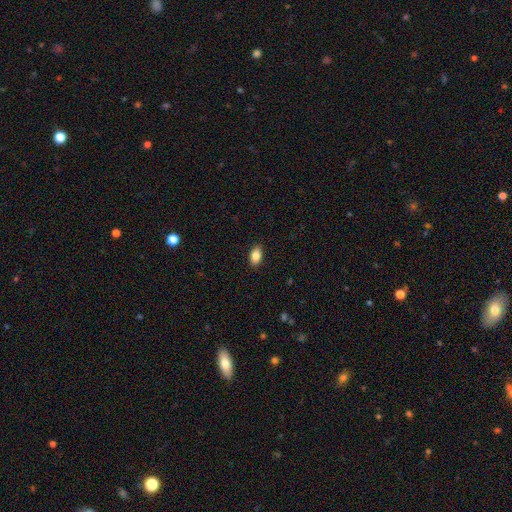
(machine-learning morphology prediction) This is clearly a smooth galaxy (85%). How rounded: clearly in between (90%). Merging: clearly none (89%).